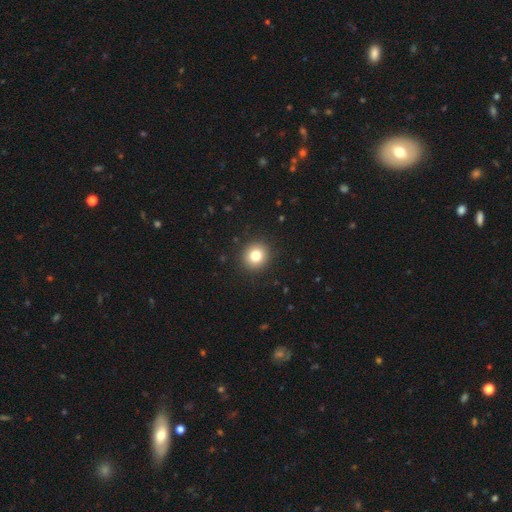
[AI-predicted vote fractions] Q: Smooth or featured?
A: smooth (81%); runner-up: star or artifact (11%)
Q: How rounded?
A: round (91%); runner-up: in between (8%)
Q: Merging?
A: none (92%); runner-up: minor disturbance (5%)